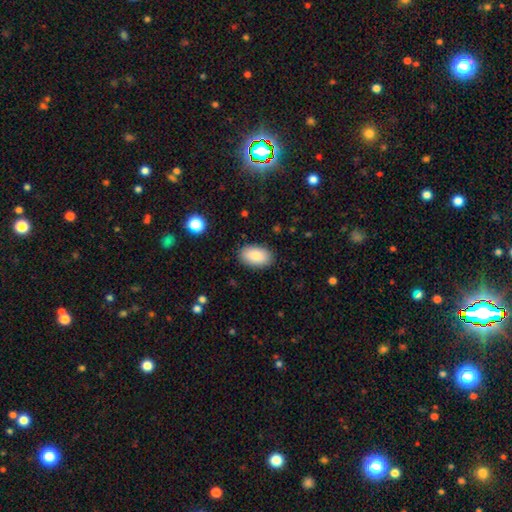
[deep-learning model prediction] Smooth or featured: smooth — 85% (featured or disk — 8%)
How rounded: in between — 94% (round — 5%)
Merging: none — 88% (minor disturbance — 9%)